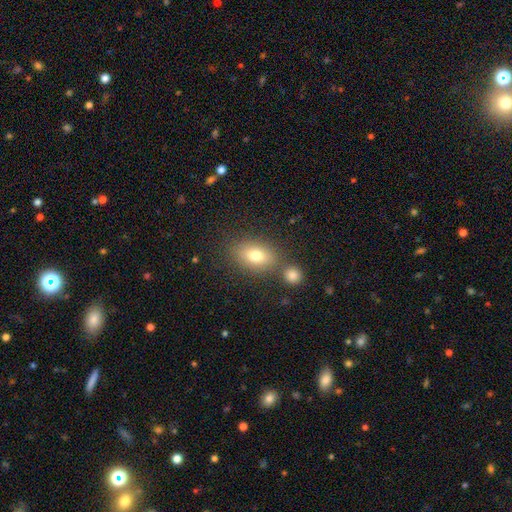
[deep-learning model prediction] This appears to be a smooth galaxy with no disk features (76%) that is in between round and cigar-shaped (80%). Merging: none (68%).